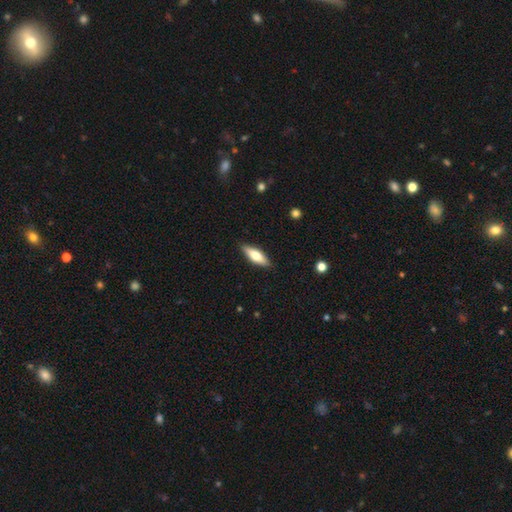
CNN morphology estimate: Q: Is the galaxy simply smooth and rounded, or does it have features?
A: smooth — 62%.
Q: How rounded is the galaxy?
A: in between — 51%.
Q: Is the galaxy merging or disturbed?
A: none — 88%.